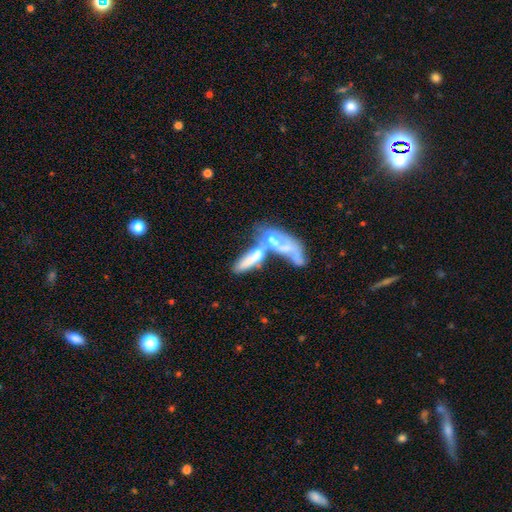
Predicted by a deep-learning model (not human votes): Smooth or featured? smooth (49%)
Merging? merger (71%)